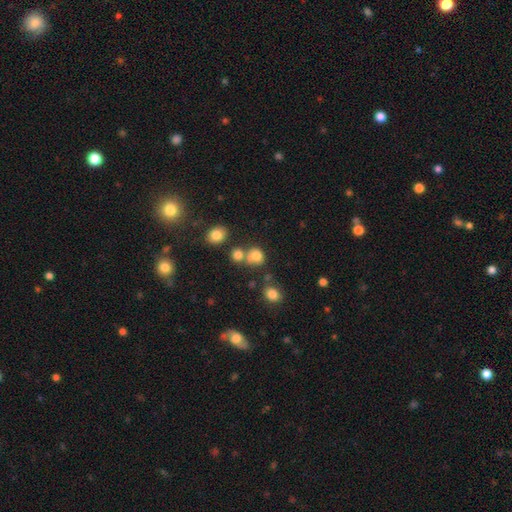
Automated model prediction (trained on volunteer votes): Smooth or featured? Predicted: smooth (p=0.75). How rounded? Predicted: round (p=0.70). Merging? Predicted: none (p=0.46).